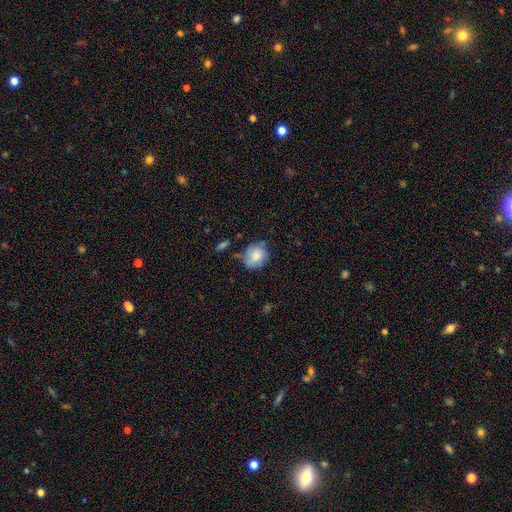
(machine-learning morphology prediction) smooth_or_featured: smooth (p=0.78) [alt: featured or disk p=0.14]
how_rounded: round (p=0.69) [alt: in between p=0.30]
merging: none (p=0.64) [alt: minor disturbance p=0.25]